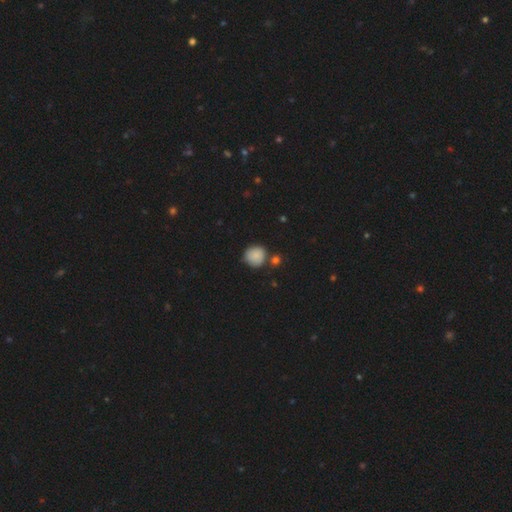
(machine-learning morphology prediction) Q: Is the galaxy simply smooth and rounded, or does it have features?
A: smooth — 84%.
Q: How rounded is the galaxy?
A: round — 91%.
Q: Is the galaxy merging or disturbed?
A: none — 68%.